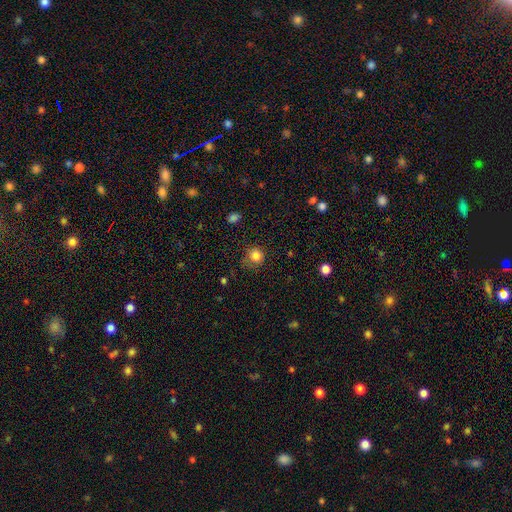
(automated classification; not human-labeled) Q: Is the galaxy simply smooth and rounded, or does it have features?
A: smooth — 83%.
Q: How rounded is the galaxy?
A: round — 87%.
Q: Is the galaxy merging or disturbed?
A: none — 70%.